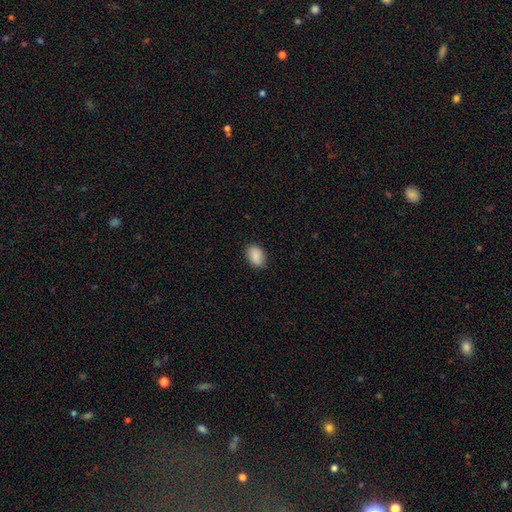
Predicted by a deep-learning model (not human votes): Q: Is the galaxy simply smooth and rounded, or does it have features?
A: smooth — 89%.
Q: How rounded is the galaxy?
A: in between — 88%.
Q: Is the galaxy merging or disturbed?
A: none — 86%.